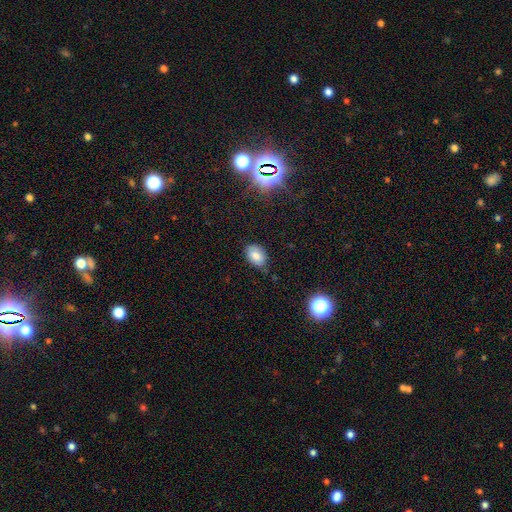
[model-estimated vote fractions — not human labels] A smooth galaxy with no disk features (78%) that is in between round and cigar-shaped (83%). Merging: none (67%).